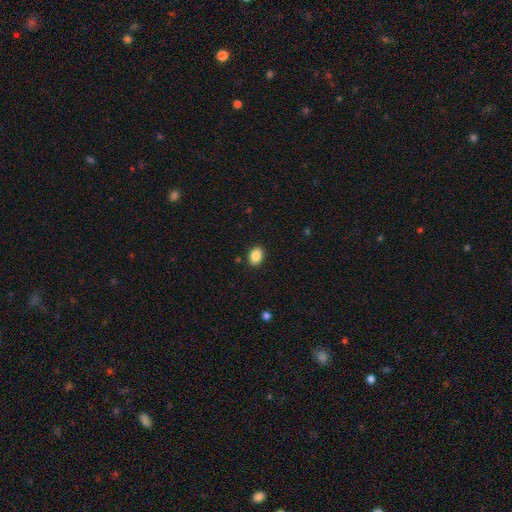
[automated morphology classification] A smooth galaxy with no disk features (88%) that is in between round and cigar-shaped (68%).

Vote fractions:
- Smooth or featured? smooth: 88% / star or artifact: 8% / featured or disk: 4%
- How rounded? in between: 68% / round: 31% / cigar-shaped: 1%
- Merging? none: 90% / minor disturbance: 7% / major disturbance: 2% / merger: 1%